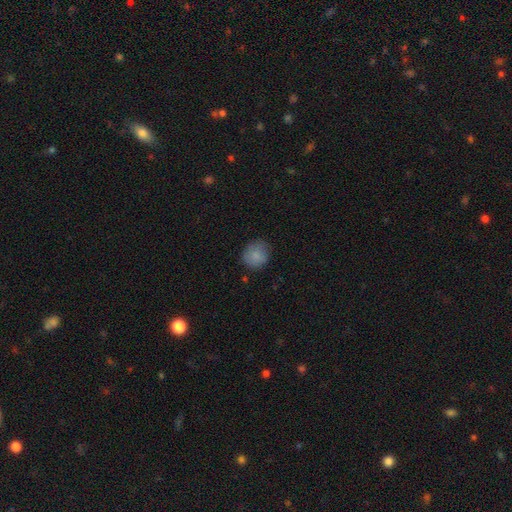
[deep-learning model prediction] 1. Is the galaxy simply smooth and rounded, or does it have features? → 85% smooth, 8% star or artifact, 7% featured or disk.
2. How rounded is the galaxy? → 84% round, 15% in between, 1% cigar-shaped.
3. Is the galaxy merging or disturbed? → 75% none, 19% minor disturbance, 4% major disturbance, 1% merger.